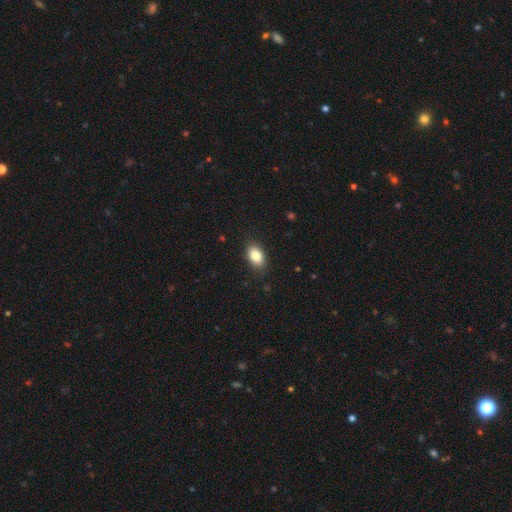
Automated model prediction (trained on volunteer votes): smooth_or_featured: smooth (p=0.84) [alt: star or artifact p=0.08]
how_rounded: in between (p=0.89) [alt: round p=0.09]
merging: none (p=0.87) [alt: minor disturbance p=0.10]